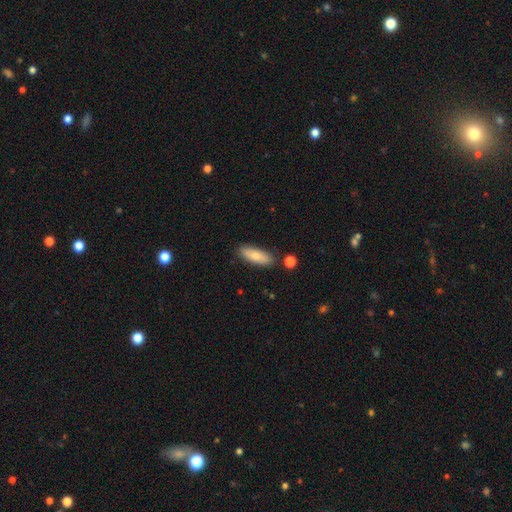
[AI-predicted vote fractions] Smooth or featured? Predicted: smooth (p=0.74). How rounded? Predicted: in between (p=0.62). Merging? Predicted: none (p=0.82).